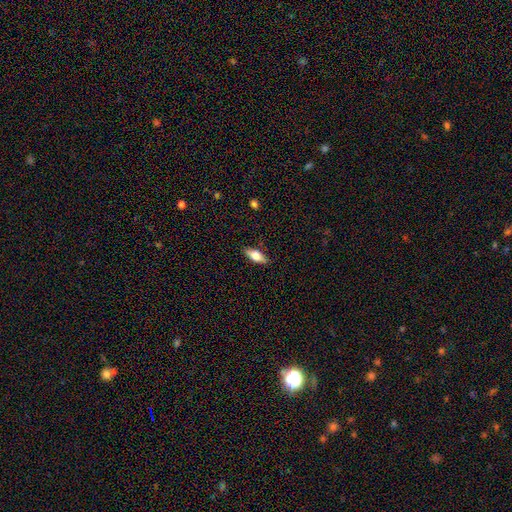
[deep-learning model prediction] Smooth or featured? Predicted: smooth (p=0.64). How rounded? Predicted: in between (p=0.76). Merging? Predicted: none (p=0.85).